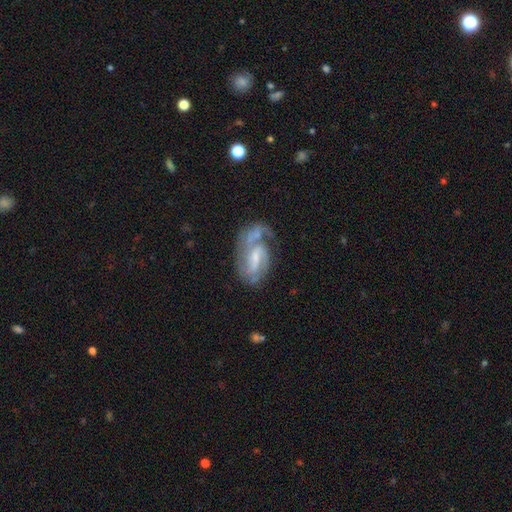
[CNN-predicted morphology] Overall: featured or disk (81%). Edge-on disk: no (96%). Bar: weak (53%; strong 24%). Spiral arms: yes (93%). Spiral arm count: 2 (52%; can't tell 16%). Spiral winding: medium (46%; tight 36%). Bulge size: small (49%; moderate 33%). Merging: none (48%; minor disturbance 24%).